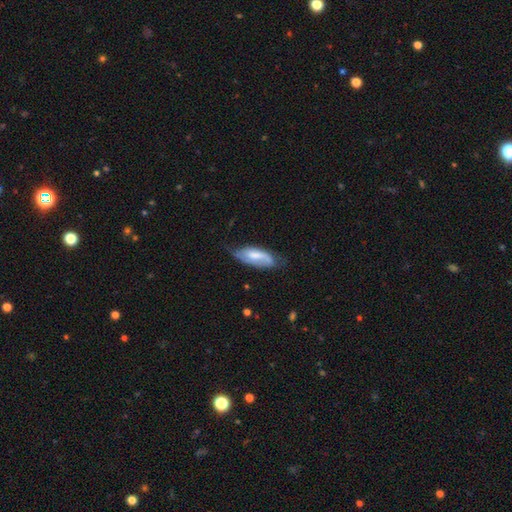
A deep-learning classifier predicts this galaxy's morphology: Smooth or featured?
  - featured or disk: 54% *
  - smooth: 40%
  - star or artifact: 6%
Edge-on disk?
  - no: 87% *
  - yes: 13%
Merging?
  - none: 48% *
  - minor disturbance: 35%
  - major disturbance: 15%
  - merger: 2%